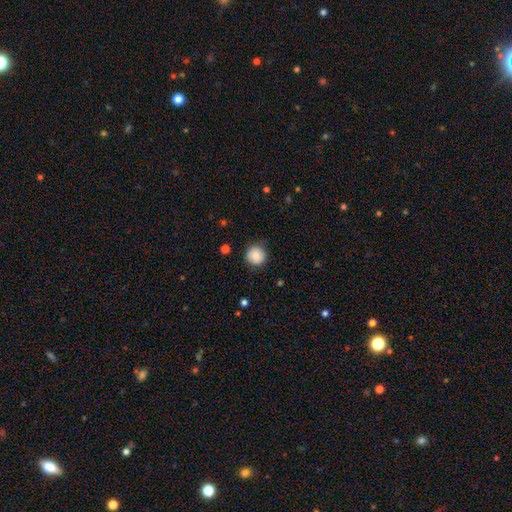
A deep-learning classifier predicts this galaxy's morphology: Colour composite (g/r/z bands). It shows a smooth galaxy with no disk features (80%) that is round (94%). Merging: none (84%).